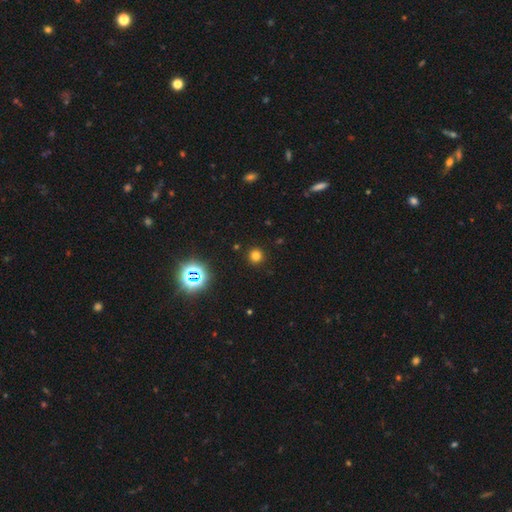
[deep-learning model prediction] The model was most divided on "smooth or featured": smooth: 74%, star or artifact: 21%, featured or disk: 5%. More confident: how rounded — round (95%); merging — none (91%).